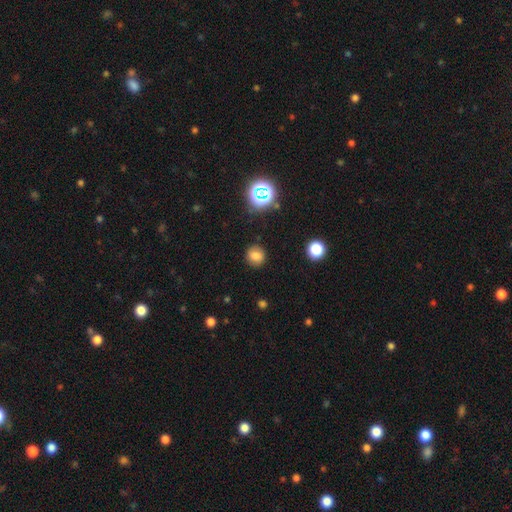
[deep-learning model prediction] A smooth galaxy with no disk features (78%) that is round (86%). Merging: none (88%).